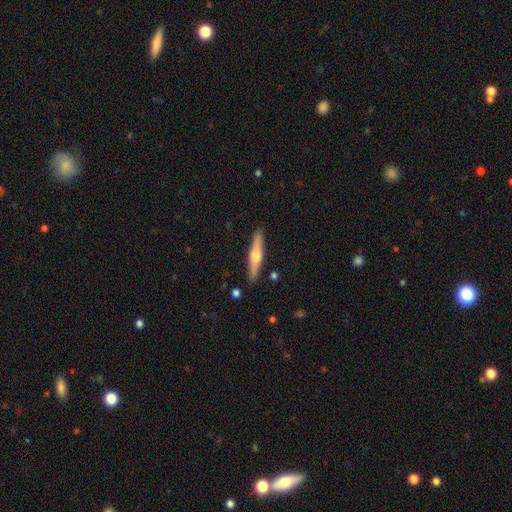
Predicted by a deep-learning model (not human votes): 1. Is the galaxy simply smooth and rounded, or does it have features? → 58% featured or disk, 37% smooth, 6% star or artifact.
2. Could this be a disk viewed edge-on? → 96% yes, 4% no.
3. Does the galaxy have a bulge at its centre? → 90% rounded, 6% boxy, 4% none.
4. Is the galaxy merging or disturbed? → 89% none, 8% minor disturbance, 2% major disturbance, 2% merger.